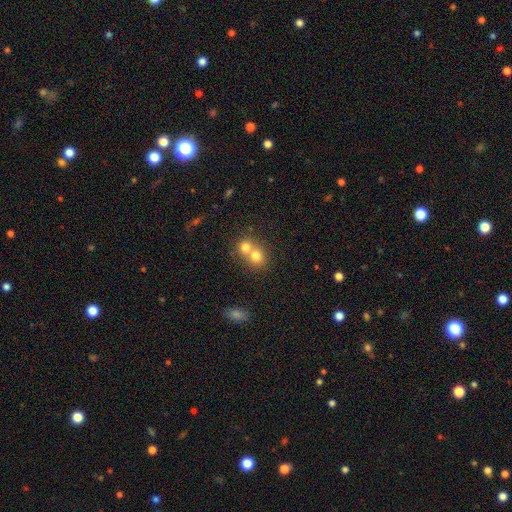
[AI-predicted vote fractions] smooth-or-featured: smooth: 74% | featured or disk: 15% | star or artifact: 11%
  how-rounded: round: 75% | in between: 24% | cigar-shaped: 1%
  merging: merger: 67% | none: 27% | minor disturbance: 4% | major disturbance: 2%